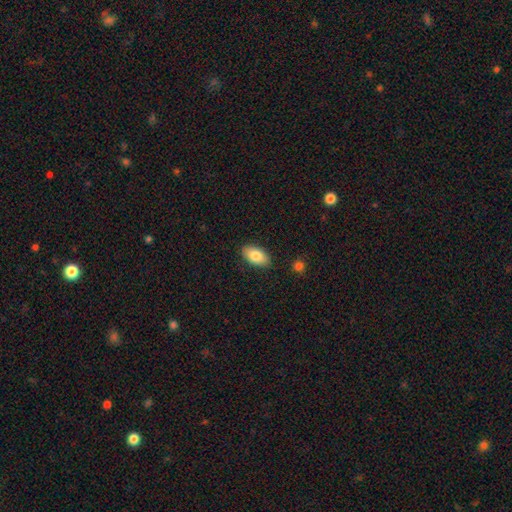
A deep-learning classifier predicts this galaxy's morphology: A smooth galaxy with no disk features (83%) that is in between round and cigar-shaped (94%). Merging: none (87%).